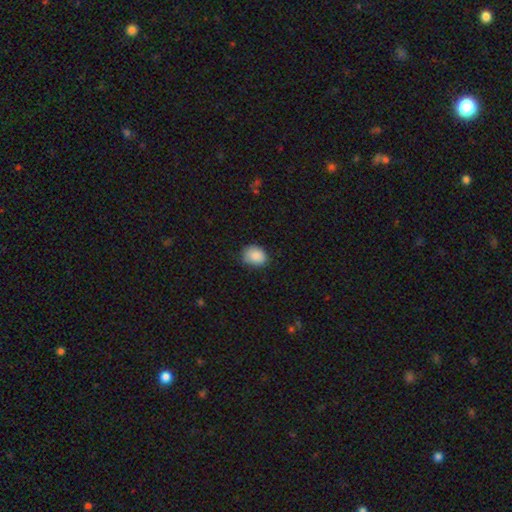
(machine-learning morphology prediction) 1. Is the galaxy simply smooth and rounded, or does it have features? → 88% smooth, 8% star or artifact, 5% featured or disk.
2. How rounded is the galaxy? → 56% in between, 43% round, 1% cigar-shaped.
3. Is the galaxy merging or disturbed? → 76% none, 20% minor disturbance, 3% major disturbance, 1% merger.